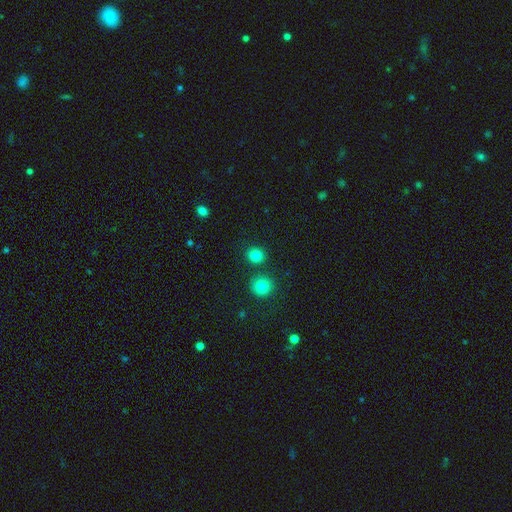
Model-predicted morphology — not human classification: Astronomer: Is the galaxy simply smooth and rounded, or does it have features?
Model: smooth — 83%.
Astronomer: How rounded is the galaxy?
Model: round — 84%.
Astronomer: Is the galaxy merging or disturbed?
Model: none — 83%.